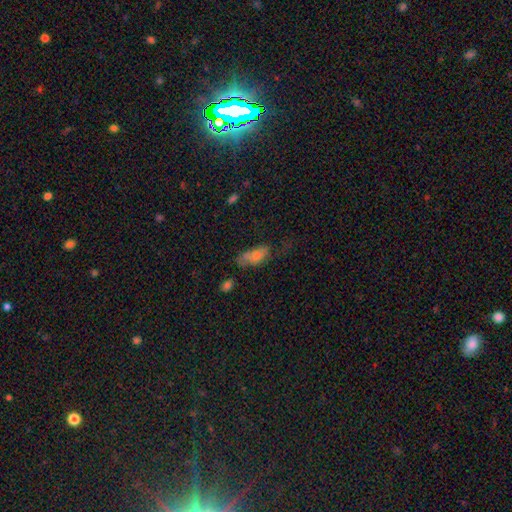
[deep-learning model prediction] The model was most divided on "merging": none: 38%, minor disturbance: 33%, major disturbance: 22%, merger: 7%. More confident: how rounded — in between (85%); smooth or featured — smooth (73%).